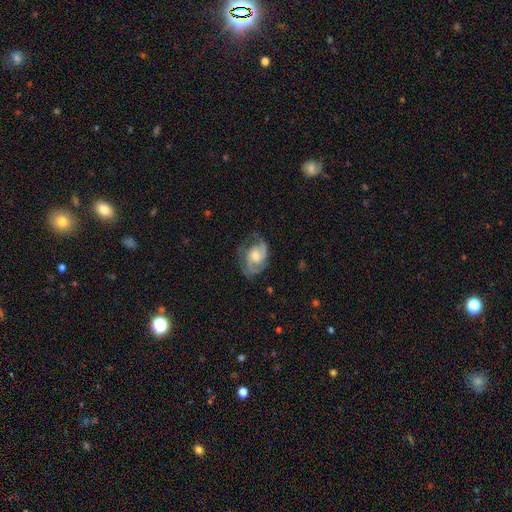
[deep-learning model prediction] This is likely a featured or disk galaxy (78%). It is clearly not viewed edge-on (97%). Bar: possibly no (60%). Spiral arm pattern: clearly yes (94%). Spiral arm count: possibly 2 (52%). Spiral winding: possibly medium (46%). Central bulge: possibly moderate (57%). Merging: likely none (63%).